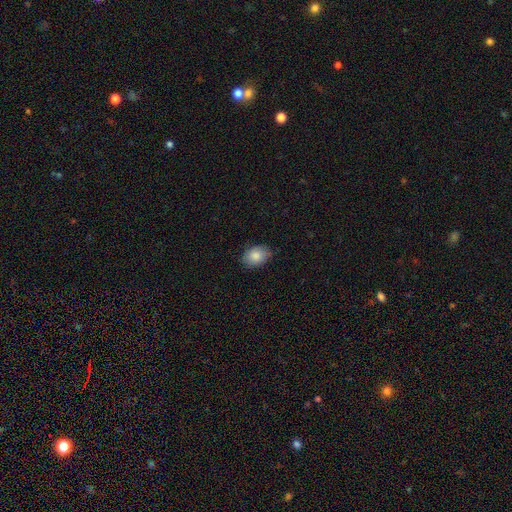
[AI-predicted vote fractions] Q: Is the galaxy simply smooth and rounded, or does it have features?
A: smooth — 85%.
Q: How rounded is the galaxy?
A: in between — 76%.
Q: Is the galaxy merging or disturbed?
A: none — 80%.